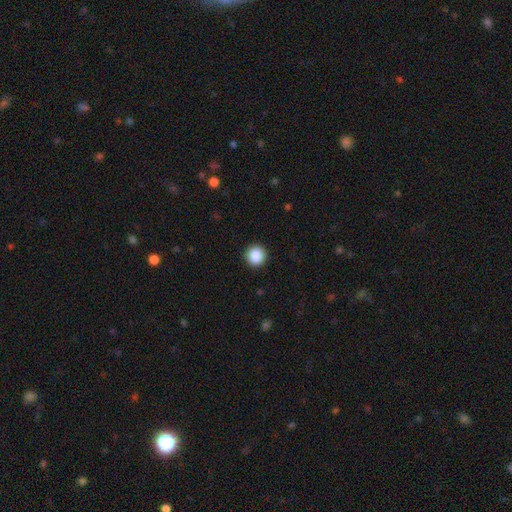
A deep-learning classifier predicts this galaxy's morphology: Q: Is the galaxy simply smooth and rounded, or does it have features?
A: smooth — 87%.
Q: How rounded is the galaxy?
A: round — 94%.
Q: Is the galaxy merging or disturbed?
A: none — 92%.